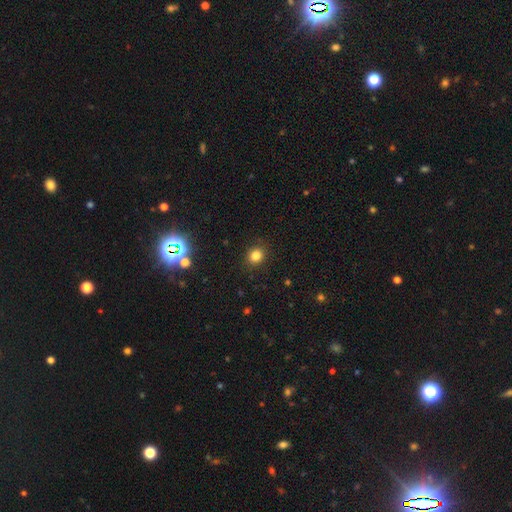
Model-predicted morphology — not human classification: smooth 81%, star or artifact 14%, featured or disk 5%. Down the decision tree: how rounded — round (80%); merging — none (90%).